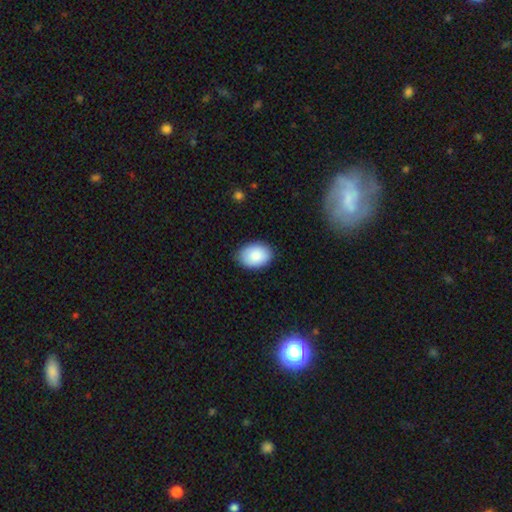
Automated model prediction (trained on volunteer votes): A smooth galaxy with no disk features (87%) that is in between round and cigar-shaped (80%). Merging: none (86%).